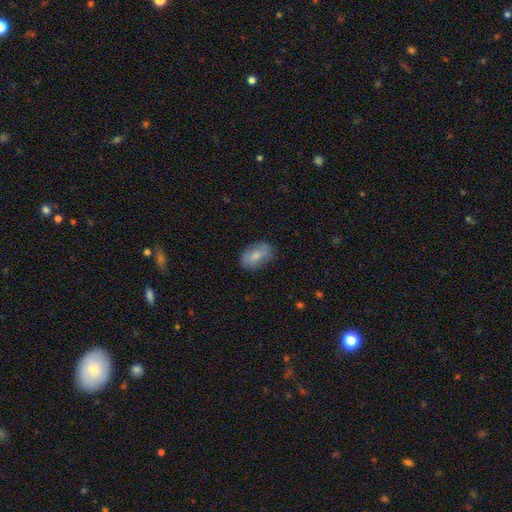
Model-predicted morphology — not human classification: Smooth or featured? Predicted: smooth (p=0.75). How rounded? Predicted: in between (p=0.91). Merging? Predicted: none (p=0.69).